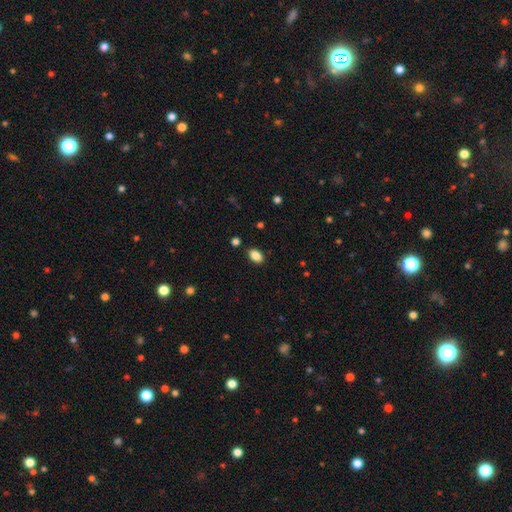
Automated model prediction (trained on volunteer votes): The model was most divided on "merging": none: 87%, minor disturbance: 9%, major disturbance: 2%, merger: 2%. More confident: how rounded — in between (90%); smooth or featured — smooth (88%).